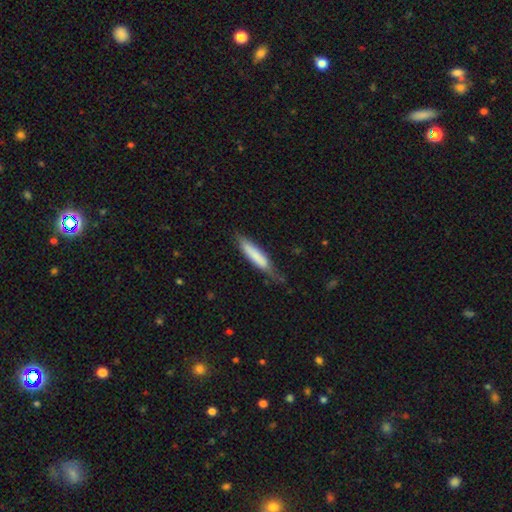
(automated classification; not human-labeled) A smooth galaxy with no disk features (75%) that is cigar-shaped (83%). Merging: none (59%).